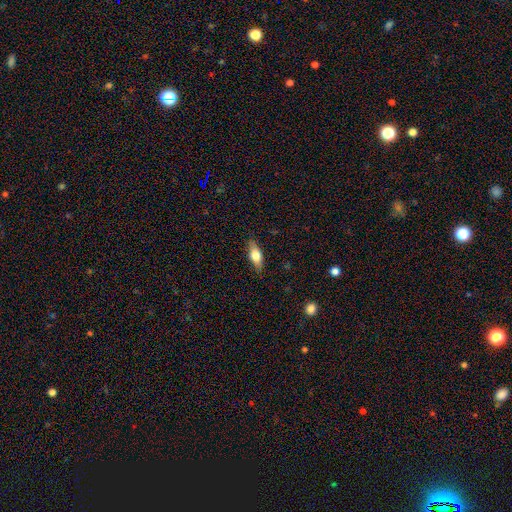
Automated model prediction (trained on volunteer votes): Q: Smooth or featured?
A: smooth (63%); runner-up: featured or disk (30%)
Q: How rounded?
A: in between (71%); runner-up: cigar-shaped (25%)
Q: Merging?
A: none (83%); runner-up: minor disturbance (13%)